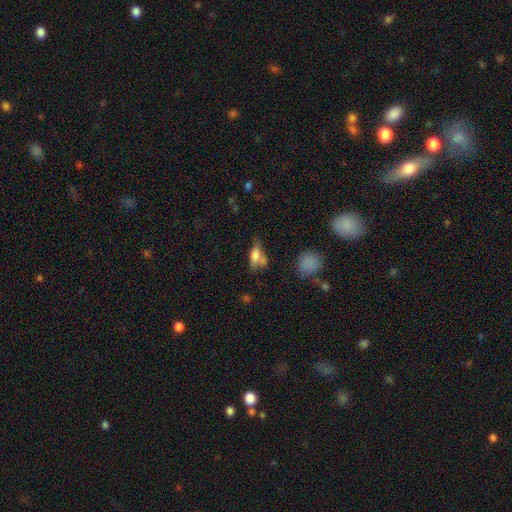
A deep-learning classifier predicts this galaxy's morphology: Smooth or featured?
  - smooth: 66% *
  - featured or disk: 24%
  - star or artifact: 11%
How rounded?
  - in between: 75% *
  - cigar-shaped: 18%
  - round: 7%
Merging?
  - none: 40% *
  - minor disturbance: 26%
  - merger: 19%
  - major disturbance: 15%